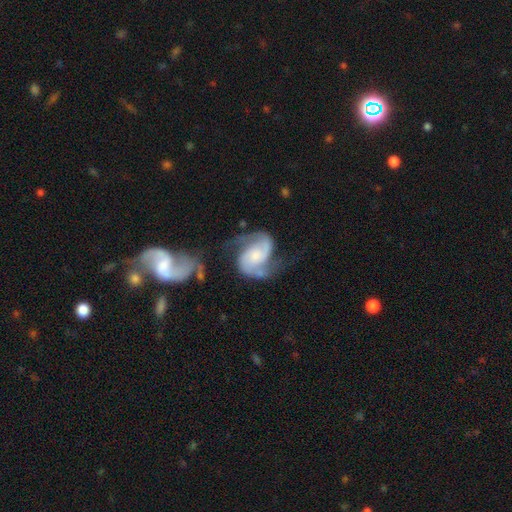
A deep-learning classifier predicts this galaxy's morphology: type=featured or disk (89%); edge-on=no (98%); bar=no (60%); spiral arms=yes (97%); winding=medium (54%); arm count=2 (93%); bulge=small (39%); merging=none (57%).